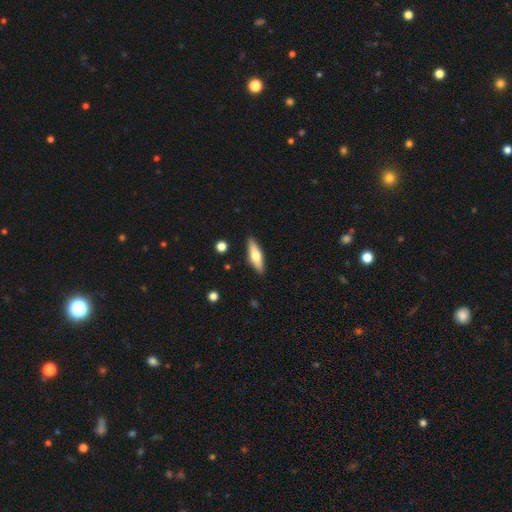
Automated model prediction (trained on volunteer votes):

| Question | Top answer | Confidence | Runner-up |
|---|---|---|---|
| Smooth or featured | smooth | 54% | featured or disk (40%) |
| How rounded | cigar-shaped | 56% | in between (42%) |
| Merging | none | 88% | minor disturbance (9%) |